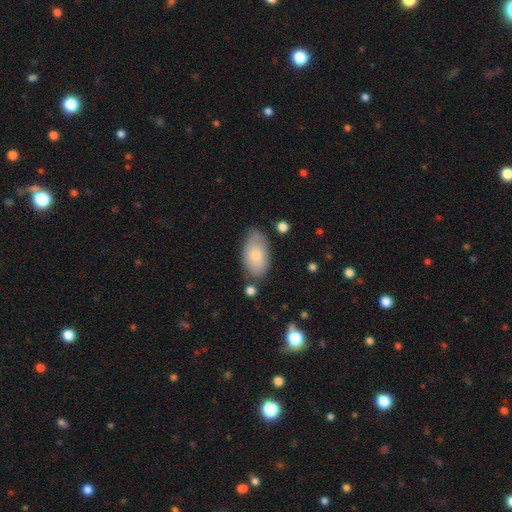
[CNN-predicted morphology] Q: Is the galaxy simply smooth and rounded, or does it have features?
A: smooth — 74%.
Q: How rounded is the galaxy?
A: in between — 93%.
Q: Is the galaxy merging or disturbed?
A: none — 67%.